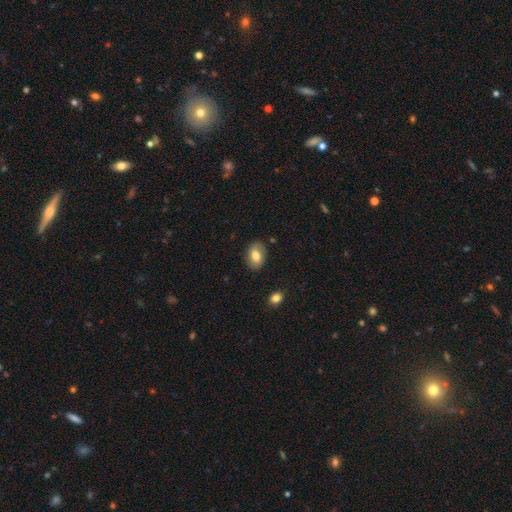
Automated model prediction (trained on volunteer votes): A smooth galaxy with no disk features (76%) that is in between round and cigar-shaped (83%).

Vote fractions:
- Smooth or featured? smooth: 76% / featured or disk: 16% / star or artifact: 7%
- How rounded? in between: 83% / round: 16% / cigar-shaped: 1%
- Merging? none: 84% / minor disturbance: 12% / major disturbance: 3% / merger: 2%